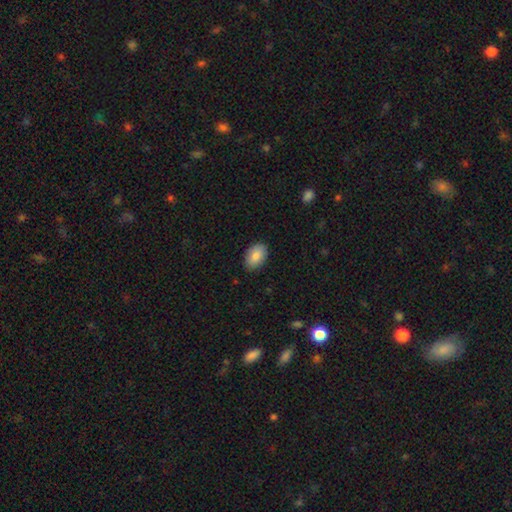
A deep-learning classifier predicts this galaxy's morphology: type=smooth (86%); roundness=in between (91%); merging=none (87%).